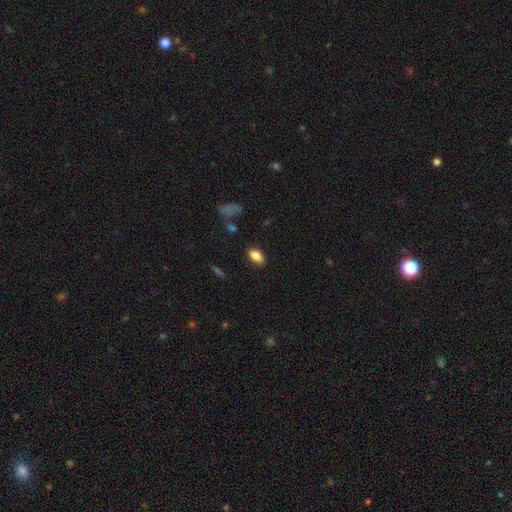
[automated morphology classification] Smooth or featured?
  - smooth: 83% *
  - star or artifact: 9%
  - featured or disk: 8%
How rounded?
  - in between: 90% *
  - round: 6%
  - cigar-shaped: 4%
Merging?
  - none: 83% *
  - minor disturbance: 13%
  - major disturbance: 3%
  - merger: 2%